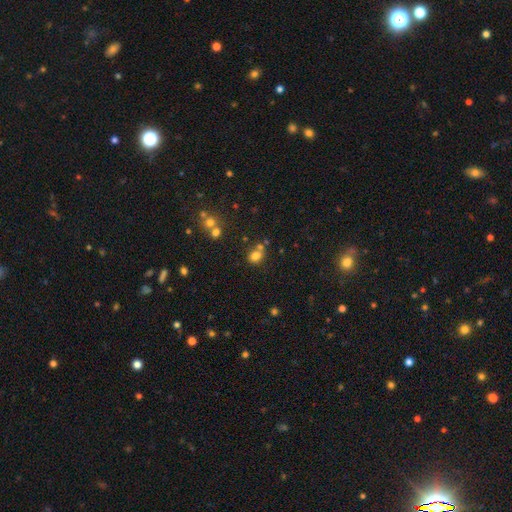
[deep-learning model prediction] Smooth or featured? Predicted: smooth (p=0.76). How rounded? Predicted: round (p=0.62). Merging? Predicted: none (p=0.57).